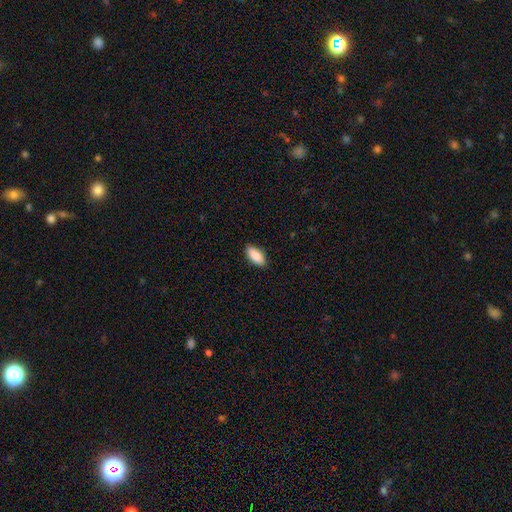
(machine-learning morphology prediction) Smooth or featured? smooth (89%)
How rounded? in between (90%)
Merging? none (88%)